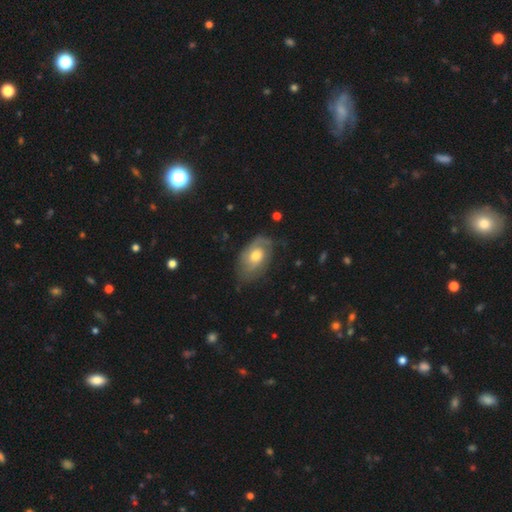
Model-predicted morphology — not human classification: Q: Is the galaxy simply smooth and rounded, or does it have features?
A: featured or disk — 64%.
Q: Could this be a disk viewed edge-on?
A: no — 95%.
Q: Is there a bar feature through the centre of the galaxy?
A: no — 75%.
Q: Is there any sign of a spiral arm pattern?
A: yes — 84%.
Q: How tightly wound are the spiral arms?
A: tight — 49%.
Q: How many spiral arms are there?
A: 2 — 44%.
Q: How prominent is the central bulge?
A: moderate — 69%.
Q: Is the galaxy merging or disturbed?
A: none — 61%.